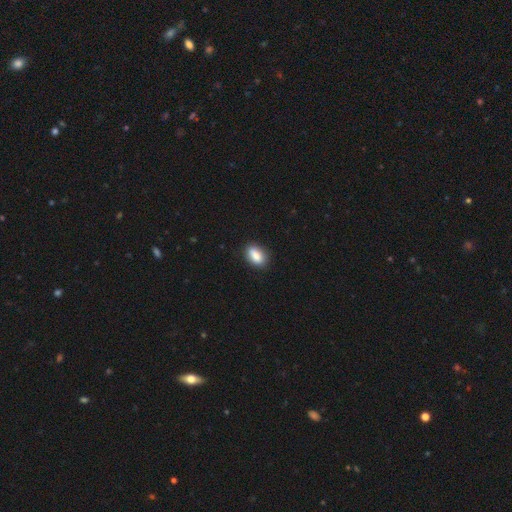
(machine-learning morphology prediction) smooth-or-featured: smooth: 83% | featured or disk: 9% | star or artifact: 8%
  how-rounded: in between: 84% | round: 12% | cigar-shaped: 4%
  merging: none: 82% | minor disturbance: 13% | major disturbance: 3% | merger: 2%